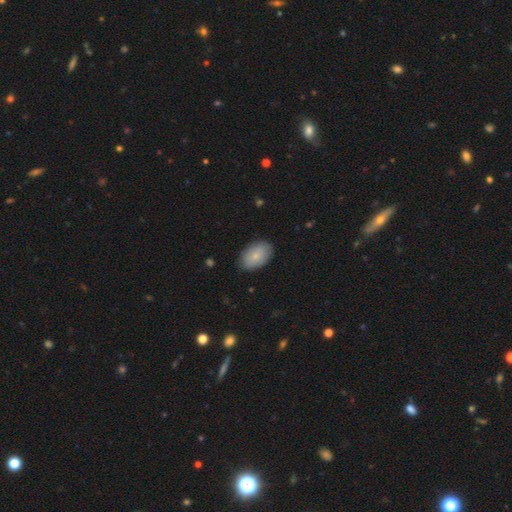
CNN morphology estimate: This appears to be a smooth galaxy with no disk features (80%) that is in between round and cigar-shaped (91%). Merging: none (85%).